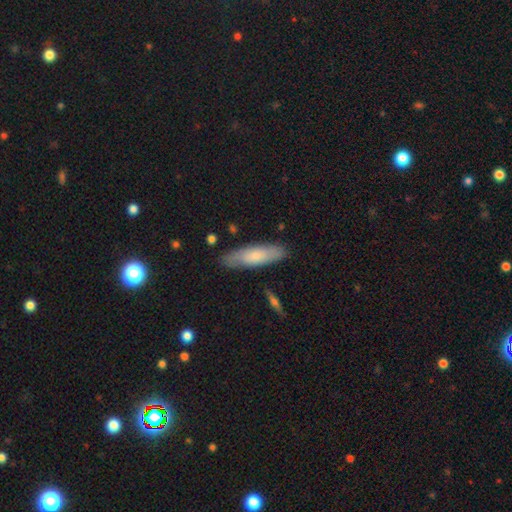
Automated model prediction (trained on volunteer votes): smooth 70%, featured or disk 25%, star or artifact 6%. Down the decision tree: how rounded — cigar-shaped (55%); merging — none (82%).